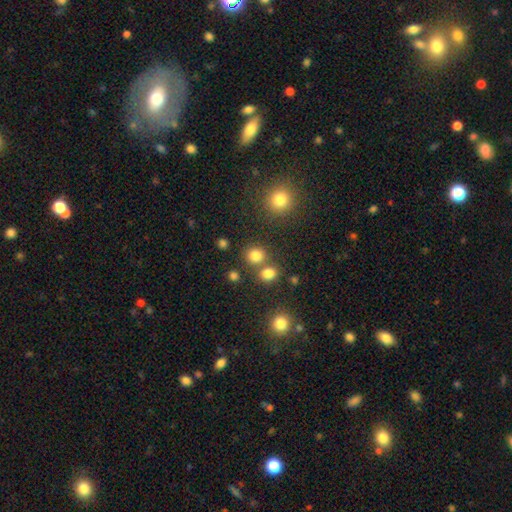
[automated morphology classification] Q: Smooth or featured?
A: smooth (80%); runner-up: star or artifact (15%)
Q: How rounded?
A: round (83%); runner-up: in between (16%)
Q: Merging?
A: none (68%); runner-up: merger (21%)